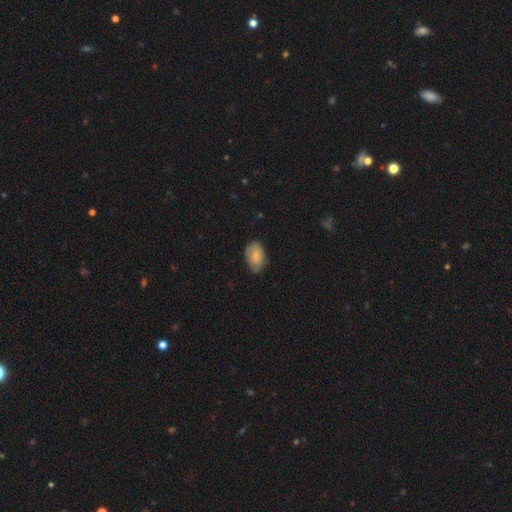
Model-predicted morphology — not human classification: smooth-or-featured: smooth: 72% | featured or disk: 21% | star or artifact: 7%
  how-rounded: in between: 87% | round: 11% | cigar-shaped: 1%
  merging: none: 61% | minor disturbance: 31% | major disturbance: 6% | merger: 1%